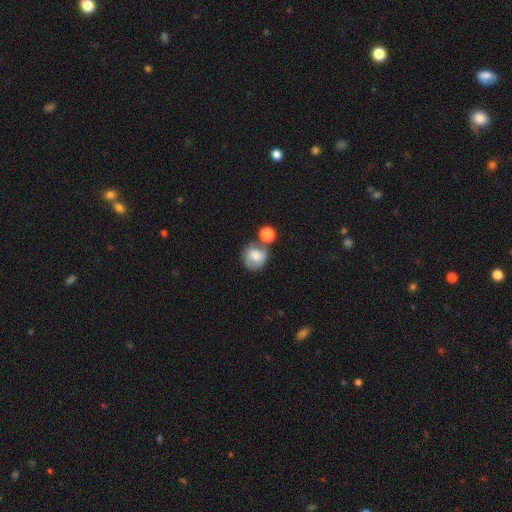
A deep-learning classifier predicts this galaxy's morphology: type=smooth (72%); roundness=round (81%); merging=none (48%).